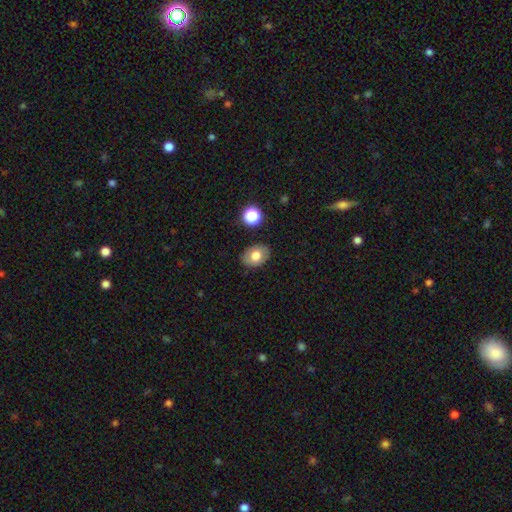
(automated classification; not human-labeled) This is likely a smooth galaxy (71%). How rounded: likely in between (73%). Merging: clearly none (85%).